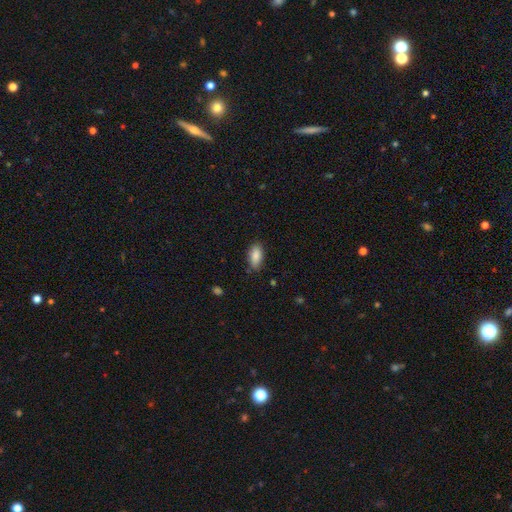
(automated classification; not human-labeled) smooth 87%, star or artifact 7%, featured or disk 6%. Down the decision tree: how rounded — in between (89%); merging — none (78%).